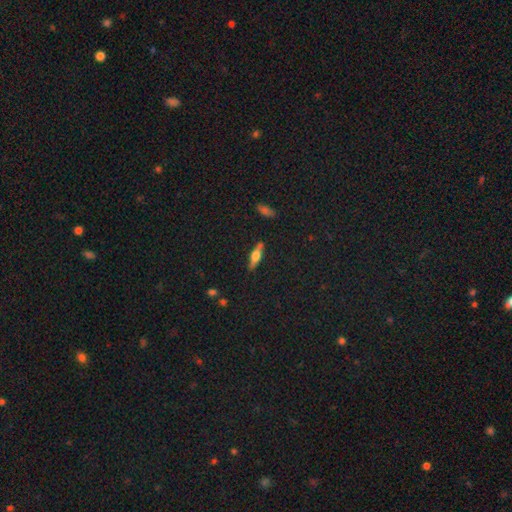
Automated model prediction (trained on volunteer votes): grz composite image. It shows a featured or disk galaxy (49%). Merging: none (82%).